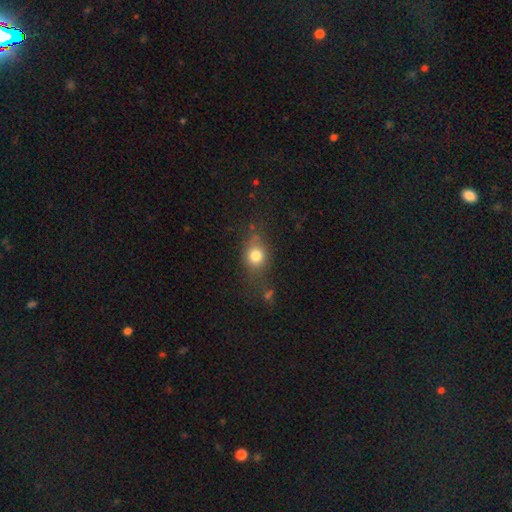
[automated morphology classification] This is likely a smooth galaxy (77%). How rounded: possibly round (53%). Merging: likely none (62%).